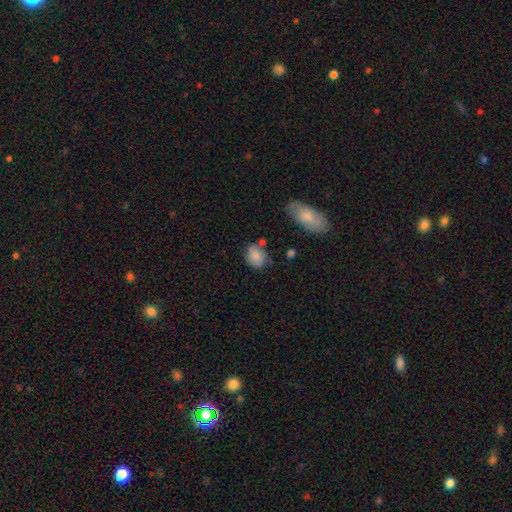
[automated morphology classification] smooth_or_featured: smooth (p=0.81) [alt: featured or disk p=0.11]
how_rounded: in between (p=0.54) [alt: round p=0.44]
merging: none (p=0.62) [alt: minor disturbance p=0.24]